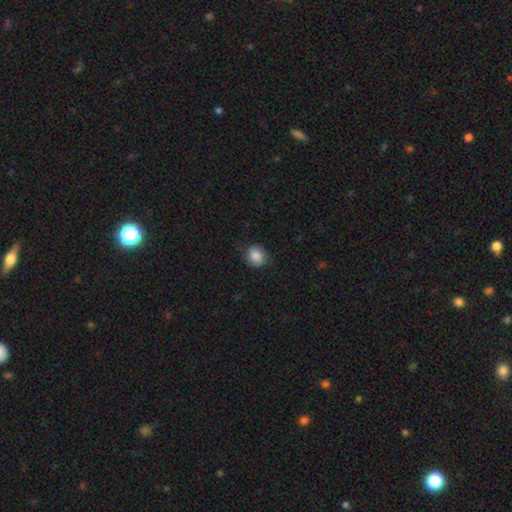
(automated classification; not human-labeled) Morphology: type=smooth (86%); roundness=round (77%); merging=none (80%).